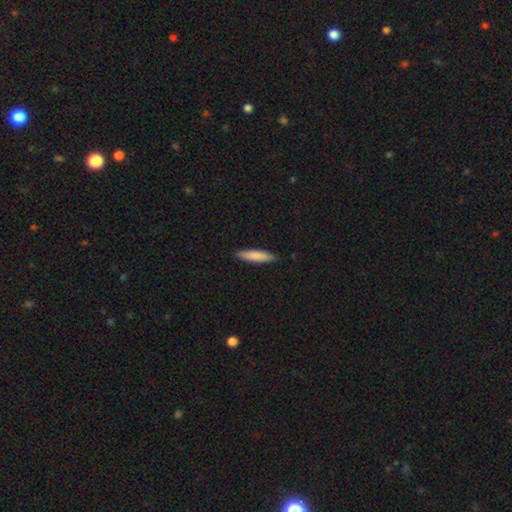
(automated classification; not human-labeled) Overall: smooth (82%). How rounded: cigar-shaped (83%). Merging: none (88%).